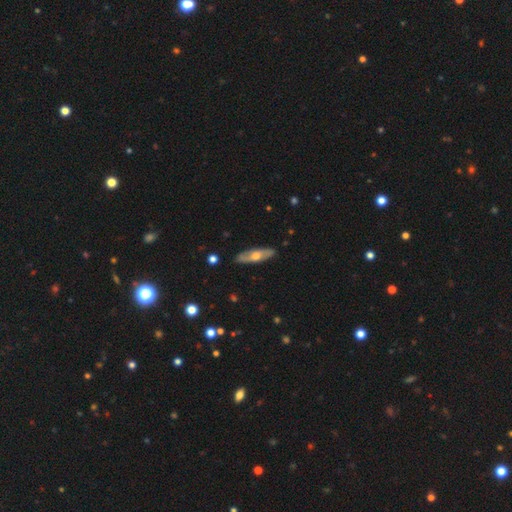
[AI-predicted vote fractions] The model was most divided on "edge-on disk" (2-way tie): yes: 50%, no: 50%. More confident: merging — none (87%); smooth or featured — featured or disk (51%).